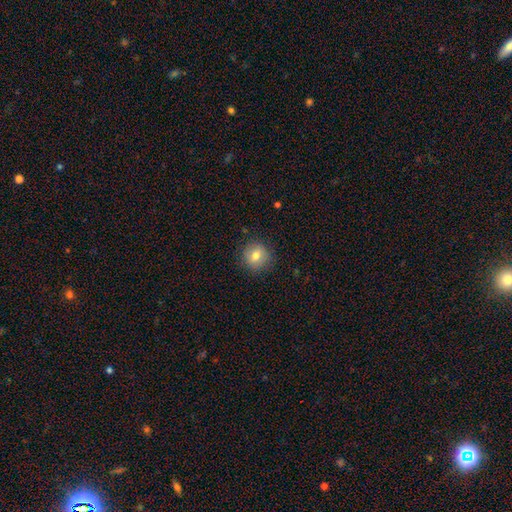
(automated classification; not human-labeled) Morphology: type=smooth (73%); roundness=round (89%); merging=none (87%).